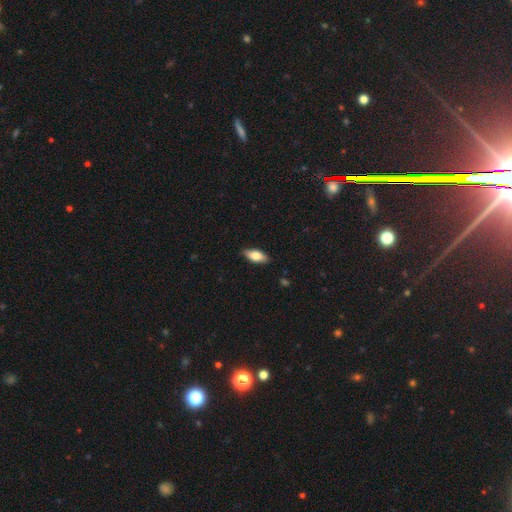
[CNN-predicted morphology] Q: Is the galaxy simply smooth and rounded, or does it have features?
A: smooth — 75%.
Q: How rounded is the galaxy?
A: in between — 82%.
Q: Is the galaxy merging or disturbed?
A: none — 88%.